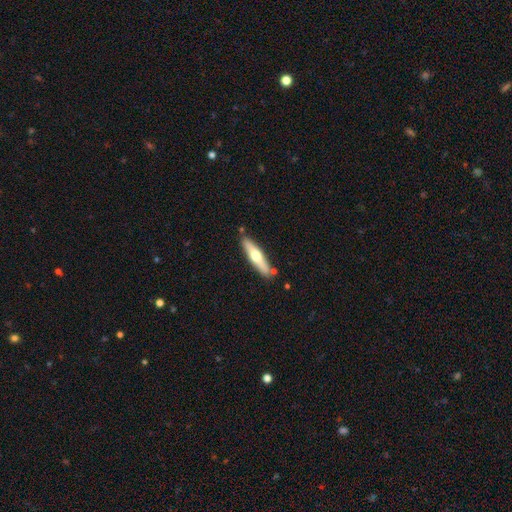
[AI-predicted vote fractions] Smooth or featured: smooth — 48% (featured or disk — 47%)
Merging: none — 83% (minor disturbance — 11%)